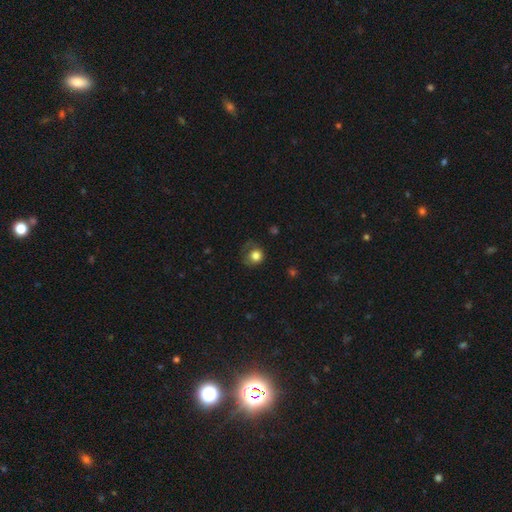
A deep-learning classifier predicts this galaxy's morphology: The model was most divided on "merging": none: 55%, minor disturbance: 26%, major disturbance: 18%, merger: 2%. More confident: how rounded — round (85%); smooth or featured — smooth (80%).